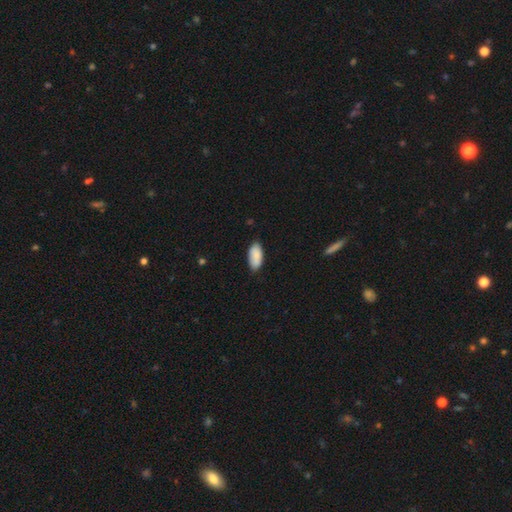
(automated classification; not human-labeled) A smooth galaxy with no disk features (87%) that is in between round and cigar-shaped (91%).

Vote fractions:
- Smooth or featured? smooth: 87% / featured or disk: 7% / star or artifact: 6%
- How rounded? in between: 91% / cigar-shaped: 7% / round: 2%
- Merging? none: 76% / minor disturbance: 20% / major disturbance: 3% / merger: 2%